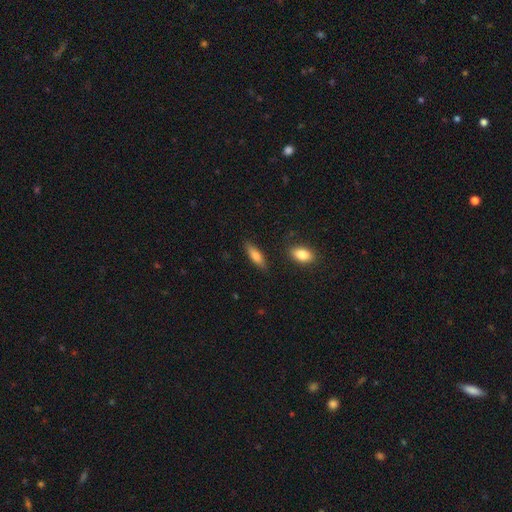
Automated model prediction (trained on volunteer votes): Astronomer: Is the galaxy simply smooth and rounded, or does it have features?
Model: smooth — 74%.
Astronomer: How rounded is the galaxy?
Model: in between — 51% (runner-up: cigar-shaped, 46%).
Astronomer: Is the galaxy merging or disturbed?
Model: none — 82%.